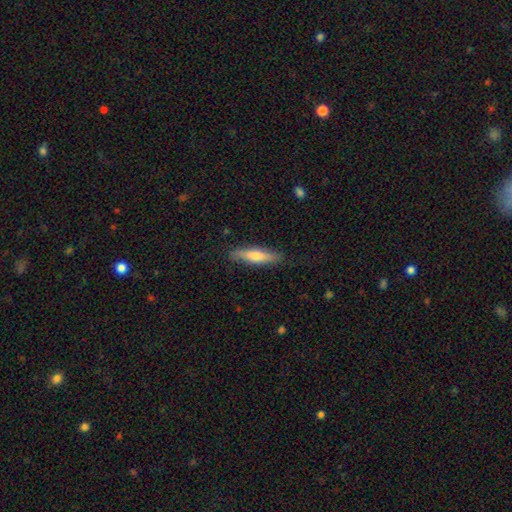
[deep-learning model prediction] A smooth galaxy with no disk features (61%) that is cigar-shaped (79%).

Vote fractions:
- Smooth or featured? smooth: 61% / featured or disk: 33% / star or artifact: 6%
- How rounded? cigar-shaped: 79% / in between: 20% / round: 2%
- Merging? none: 85% / minor disturbance: 12% / major disturbance: 2% / merger: 1%